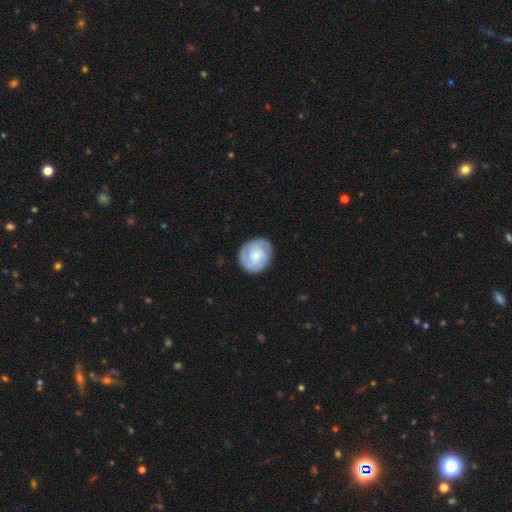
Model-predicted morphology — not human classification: type=featured or disk (68%); edge-on=no (98%); bar=no (70%); spiral arms=yes (94%); winding=tight (59%); arm count=3 (41%); bulge=small (51%); merging=none (83%).